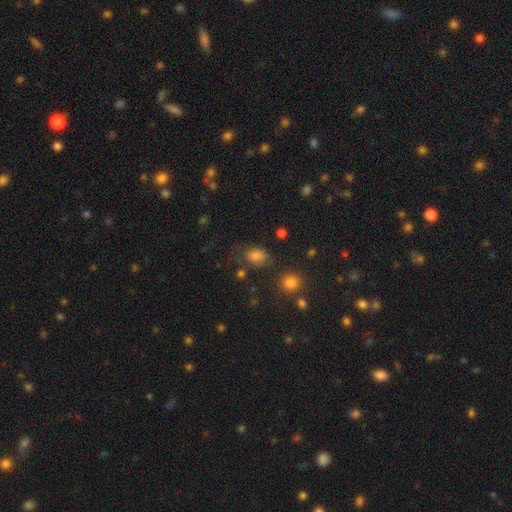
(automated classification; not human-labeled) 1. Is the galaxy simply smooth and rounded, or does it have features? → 77% smooth, 16% star or artifact, 7% featured or disk.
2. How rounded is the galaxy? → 64% in between, 35% round, 1% cigar-shaped.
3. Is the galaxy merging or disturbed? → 63% none, 21% minor disturbance, 11% major disturbance, 6% merger.